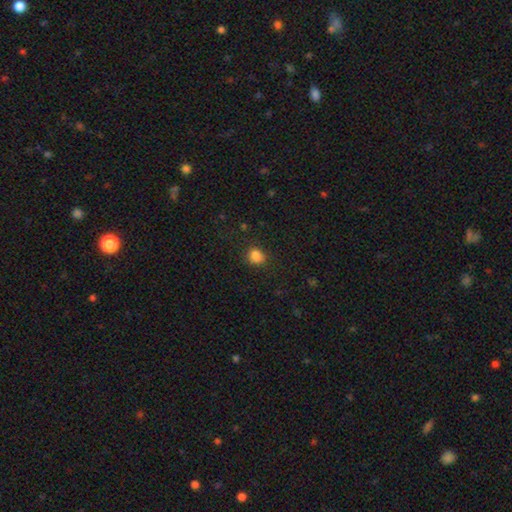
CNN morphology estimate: The model was most divided on "how rounded": round: 58%, in between: 41%, cigar-shaped: 1%. More confident: smooth or featured — smooth (84%); merging — none (79%).